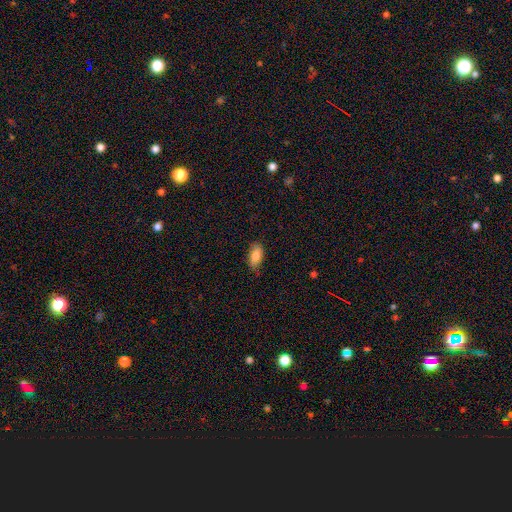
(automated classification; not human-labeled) Overall: smooth (86%). How rounded: in between (88%). Merging: none (79%).